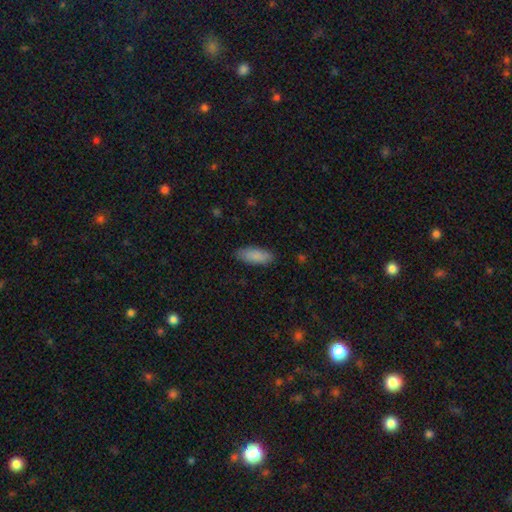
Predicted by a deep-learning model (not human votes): This is clearly a smooth galaxy (87%). How rounded: likely in between (78%). Merging: clearly none (85%).